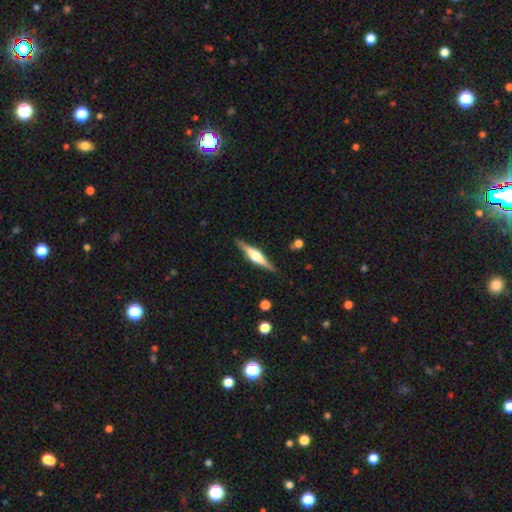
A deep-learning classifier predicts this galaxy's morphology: featured or disk 70%, smooth 24%, star or artifact 5%. Down the decision tree: edge-on disk — yes (97%); edge-on bulge — rounded (86%); merging — none (88%).